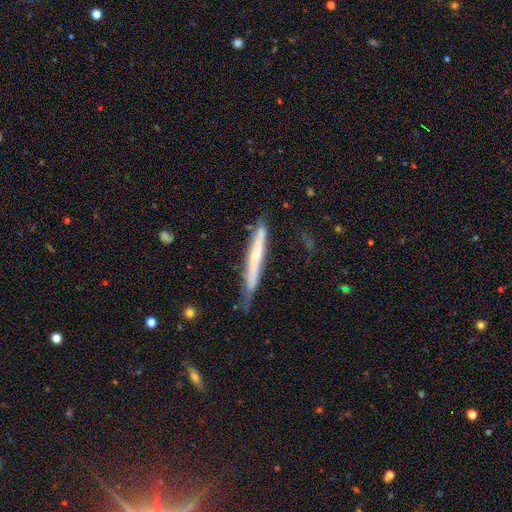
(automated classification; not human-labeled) Overall: featured or disk (51%; smooth 43%). Edge-on disk: yes (91%). Merging: none (65%; minor disturbance 27%).